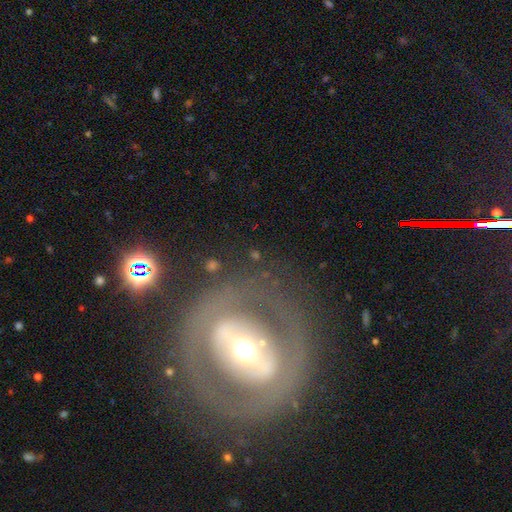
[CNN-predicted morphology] smooth_or_featured: featured or disk (p=0.63) [alt: smooth p=0.23]
disk_edge_on: no (p=0.90) [alt: yes p=0.10]
bar: strong (p=0.39) [alt: no p=0.33]
has_spiral_arms: yes (p=0.51) [alt: no p=0.49]
bulge_size: moderate (p=0.65) [alt: small p=0.16]
merging: none (p=0.68) [alt: major disturbance p=0.14]